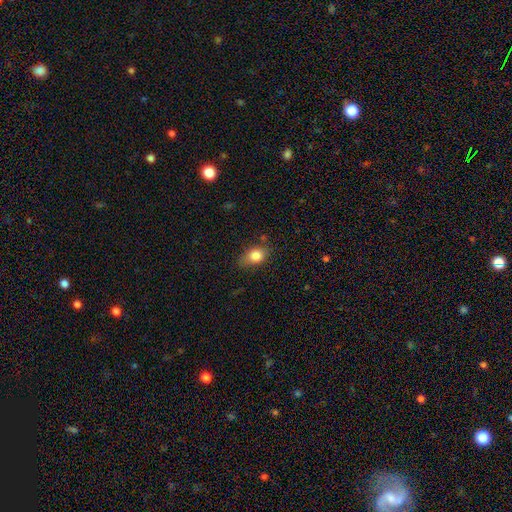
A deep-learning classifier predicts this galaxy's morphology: A smooth galaxy with no disk features (83%) that is in between round and cigar-shaped (69%).

Vote fractions:
- Smooth or featured? smooth: 83% / star or artifact: 9% / featured or disk: 8%
- How rounded? in between: 69% / round: 29% / cigar-shaped: 2%
- Merging? none: 67% / minor disturbance: 24% / major disturbance: 6% / merger: 2%